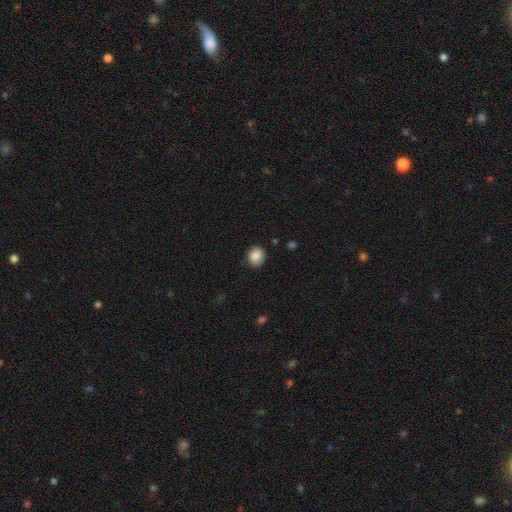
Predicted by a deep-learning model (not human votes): A smooth galaxy with no disk features (87%) that is round (73%).

Vote fractions:
- Smooth or featured? smooth: 87% / star or artifact: 8% / featured or disk: 5%
- How rounded? round: 73% / in between: 26% / cigar-shaped: 1%
- Merging? none: 85% / minor disturbance: 11% / major disturbance: 2% / merger: 1%